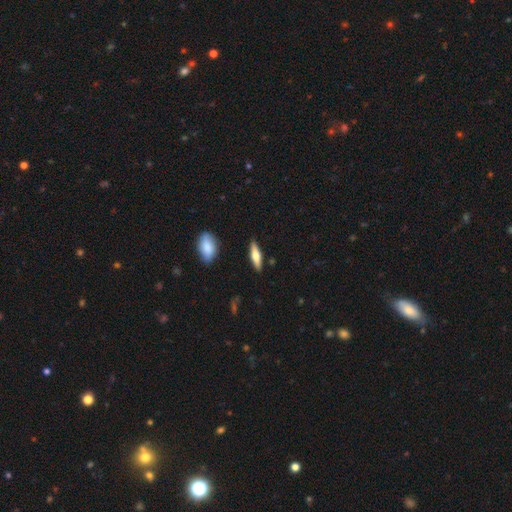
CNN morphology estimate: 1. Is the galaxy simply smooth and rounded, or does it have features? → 56% smooth, 39% featured or disk, 6% star or artifact.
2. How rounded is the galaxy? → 59% cigar-shaped, 38% in between, 3% round.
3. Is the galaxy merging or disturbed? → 88% none, 8% minor disturbance, 2% major disturbance, 2% merger.